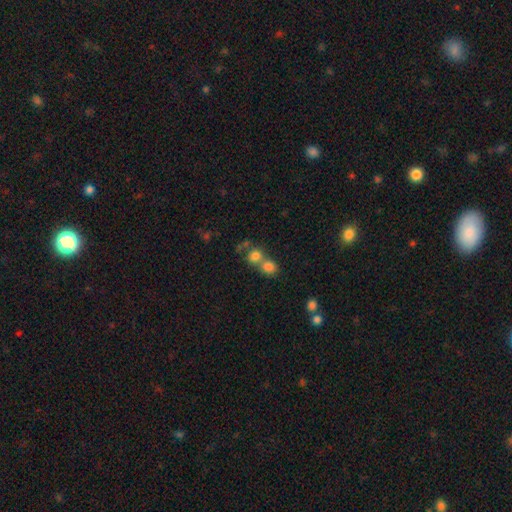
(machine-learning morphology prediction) type=smooth (77%); roundness=round (76%); merging=merger (58%).